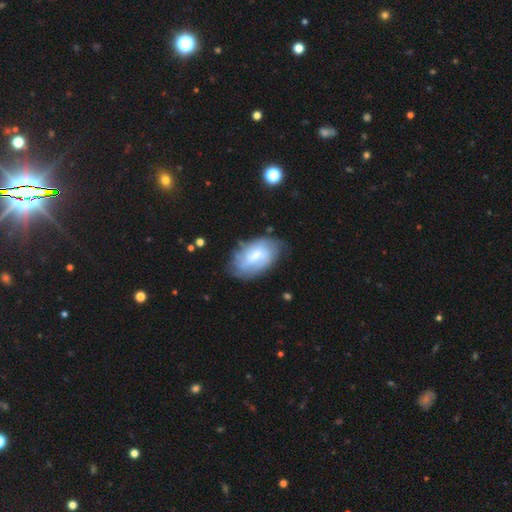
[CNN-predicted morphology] This is possibly a featured or disk galaxy (56%). It is clearly not viewed edge-on (95%). Bar: possibly weak (54%). Spiral arm pattern: likely yes (73%). Central bulge: marginally moderate (45%). Merging: likely none (63%).